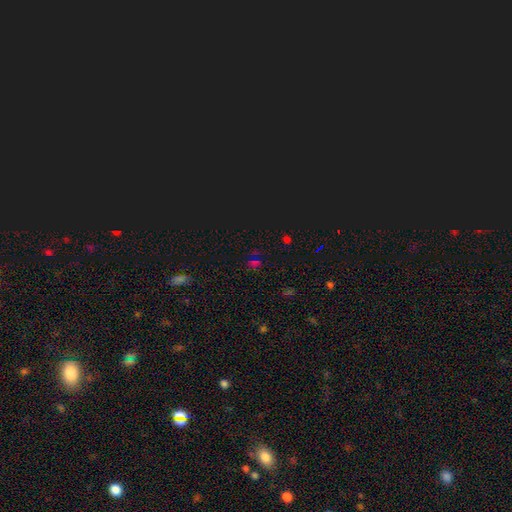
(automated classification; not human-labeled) Smooth or featured?
  - star or artifact: 64% *
  - smooth: 29%
  - featured or disk: 7%